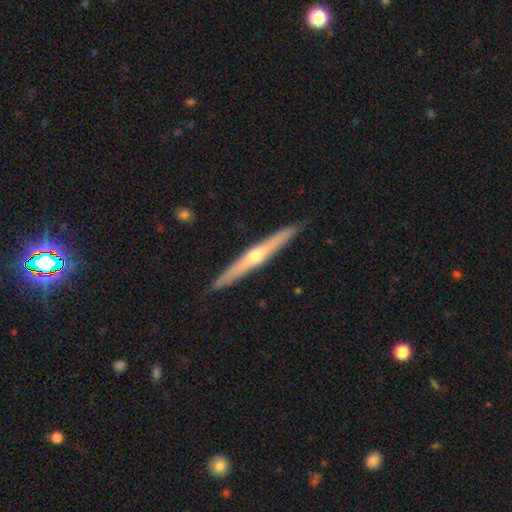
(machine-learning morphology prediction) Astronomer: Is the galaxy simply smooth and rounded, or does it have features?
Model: featured or disk — 70%.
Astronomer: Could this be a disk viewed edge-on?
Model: yes — 97%.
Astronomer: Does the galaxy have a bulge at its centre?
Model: rounded — 86%.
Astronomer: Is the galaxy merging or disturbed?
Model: none — 91%.